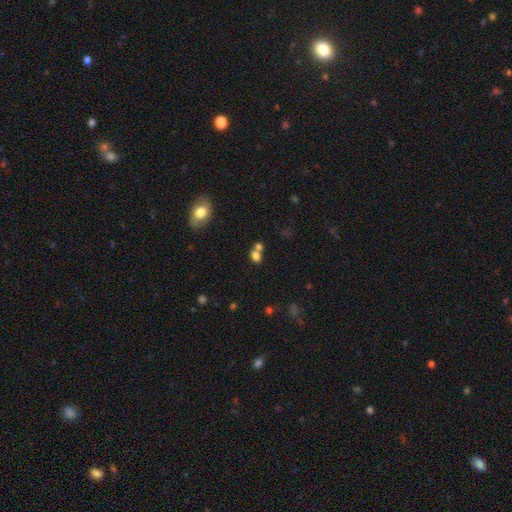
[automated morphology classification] Smooth or featured? Predicted: smooth (p=0.75). How rounded? Predicted: in between (p=0.54). Merging? Predicted: merger (p=0.44).